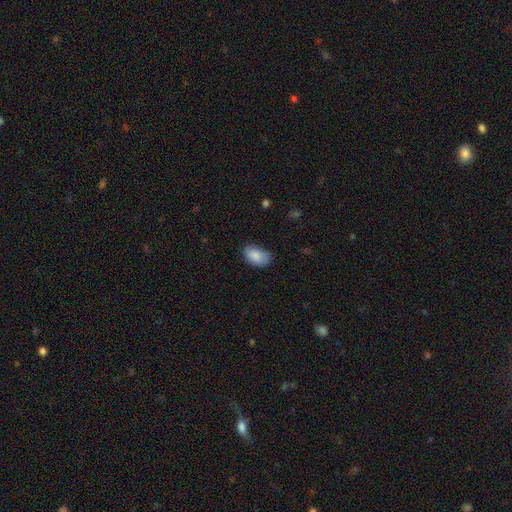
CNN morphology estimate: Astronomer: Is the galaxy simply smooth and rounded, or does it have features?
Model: smooth — 87%.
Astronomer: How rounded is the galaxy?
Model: in between — 92%.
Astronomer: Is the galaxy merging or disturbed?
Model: none — 69%.